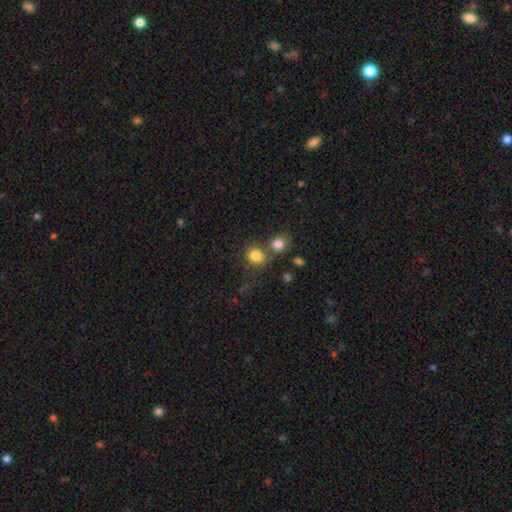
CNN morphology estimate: smooth 82%, star or artifact 12%, featured or disk 7%. Down the decision tree: how rounded — round (69%); merging — none (51%).